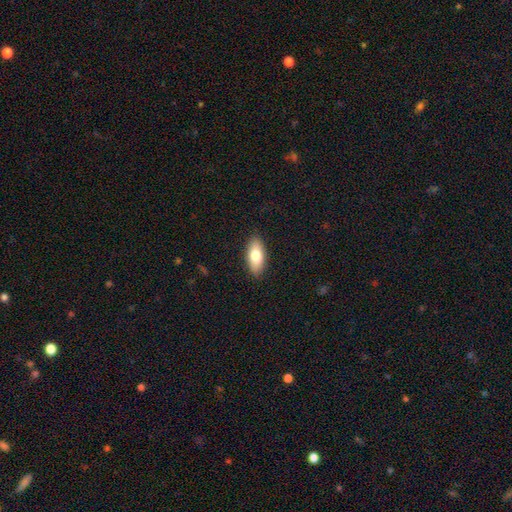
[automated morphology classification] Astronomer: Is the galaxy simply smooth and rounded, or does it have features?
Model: smooth — 76%.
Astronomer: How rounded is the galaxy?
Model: in between — 85%.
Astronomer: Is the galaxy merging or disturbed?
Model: none — 89%.